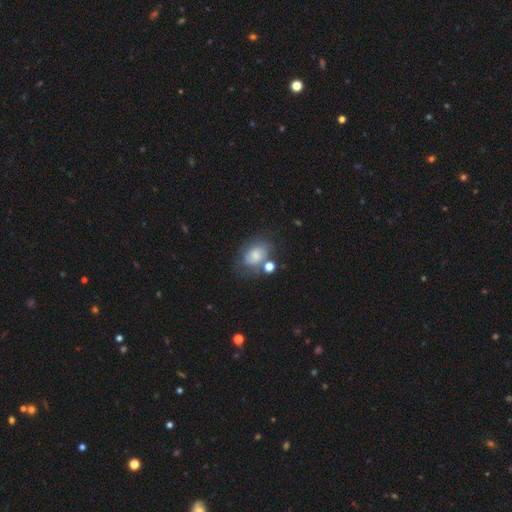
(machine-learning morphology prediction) Smooth or featured?
  - smooth: 54% *
  - featured or disk: 34%
  - star or artifact: 12%
How rounded?
  - in between: 66% *
  - round: 32%
  - cigar-shaped: 1%
Merging?
  - none: 52% *
  - minor disturbance: 23%
  - major disturbance: 13%
  - merger: 12%